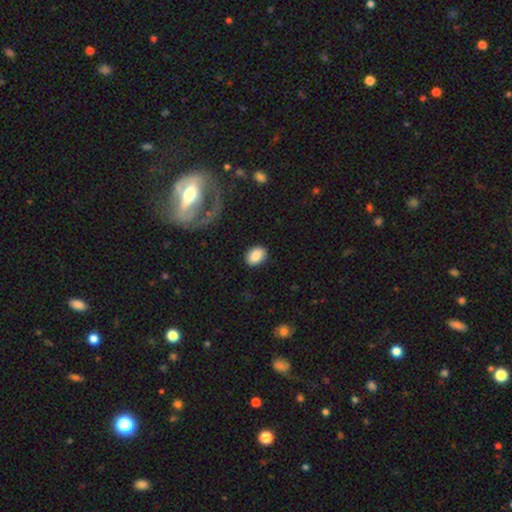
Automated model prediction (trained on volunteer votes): A smooth galaxy with no disk features (86%) that is in between round and cigar-shaped (75%).

Vote fractions:
- Smooth or featured? smooth: 86% / star or artifact: 7% / featured or disk: 7%
- How rounded? in between: 75% / round: 24% / cigar-shaped: 1%
- Merging? none: 85% / minor disturbance: 11% / major disturbance: 3% / merger: 2%